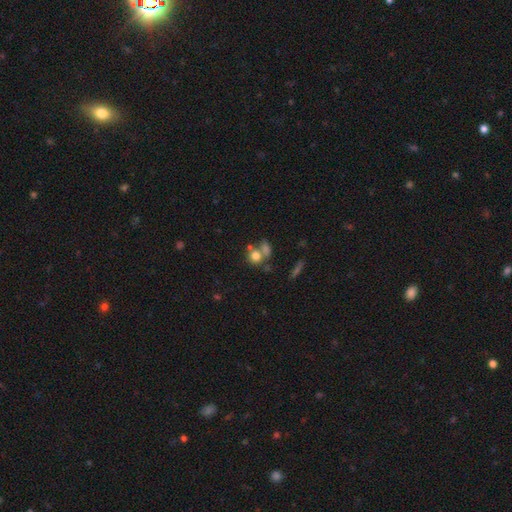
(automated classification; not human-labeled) Smooth or featured: smooth — 74% (featured or disk — 13%)
How rounded: round — 77% (in between — 21%)
Merging: none — 44% (merger — 40%)